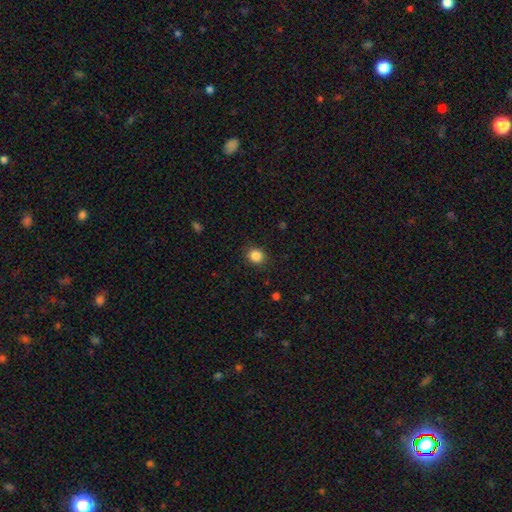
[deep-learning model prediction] Smooth or featured? smooth (85%)
How rounded? round (77%)
Merging? none (88%)